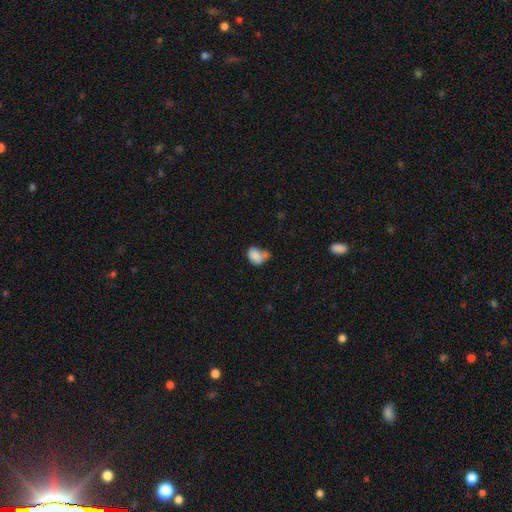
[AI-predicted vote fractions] The model was most divided on "merging": none: 31%, minor disturbance: 29%, merger: 27%, major disturbance: 13%. More confident: smooth or featured — smooth (82%); how rounded — in between (70%).